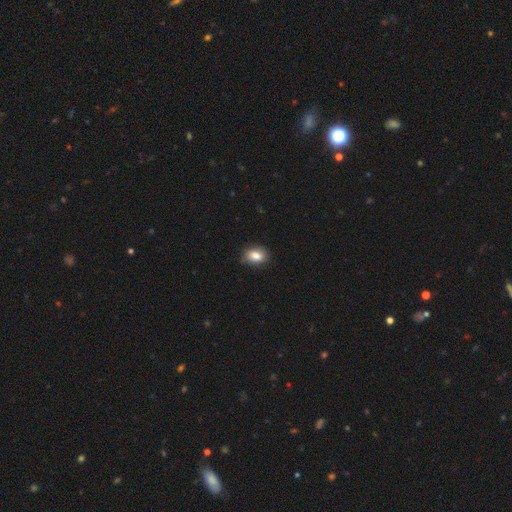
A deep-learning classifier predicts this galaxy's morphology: smooth 85%, star or artifact 8%, featured or disk 6%. Down the decision tree: how rounded — in between (77%); merging — none (83%).